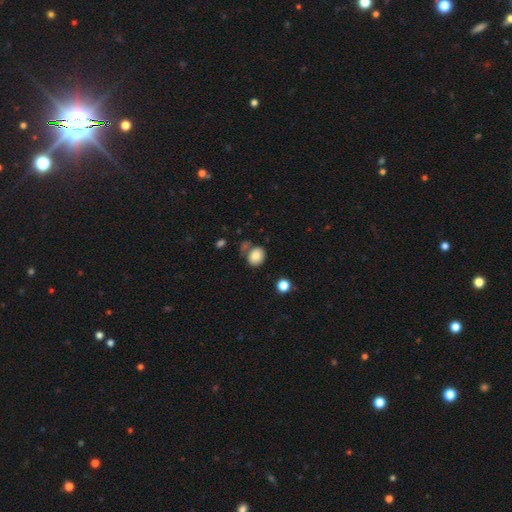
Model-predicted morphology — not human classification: smooth 80%, featured or disk 10%, star or artifact 9%. Down the decision tree: how rounded — round (59%); merging — none (63%).